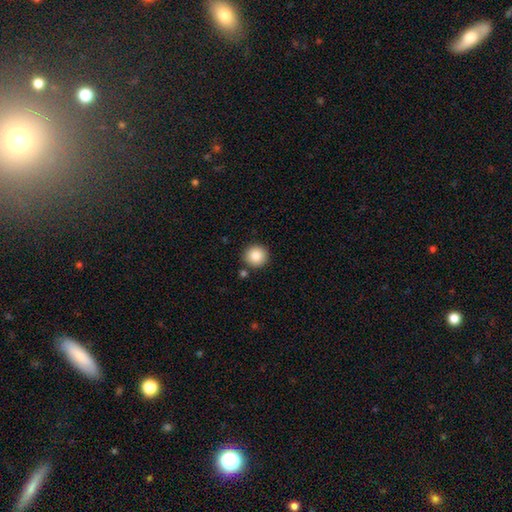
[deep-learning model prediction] A smooth galaxy with no disk features (87%) that is round (93%). Merging: none (87%).